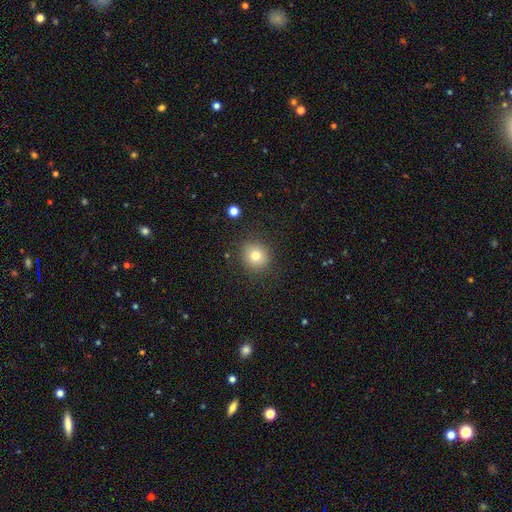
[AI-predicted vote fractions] A smooth galaxy with no disk features (77%) that is round (89%). Merging: none (88%).